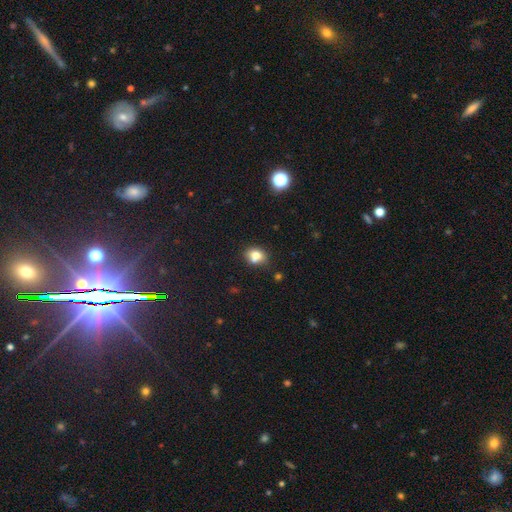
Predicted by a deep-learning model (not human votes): The model was most divided on "how rounded": round: 55%, in between: 44%, cigar-shaped: 1%. More confident: smooth or featured — smooth (78%); merging — none (57%).